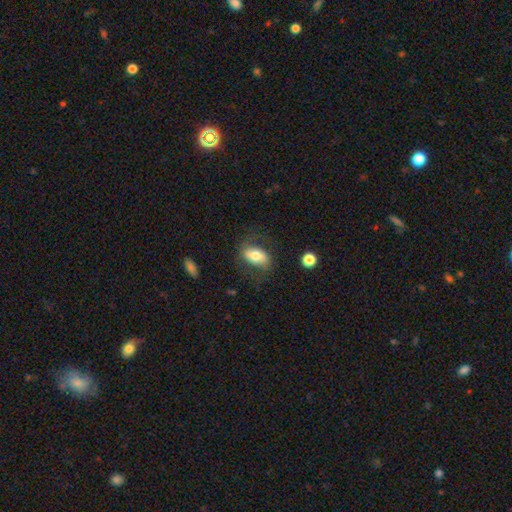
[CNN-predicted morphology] Smooth or featured? Predicted: smooth (p=0.64). How rounded? Predicted: in between (p=0.88). Merging? Predicted: none (p=0.66).